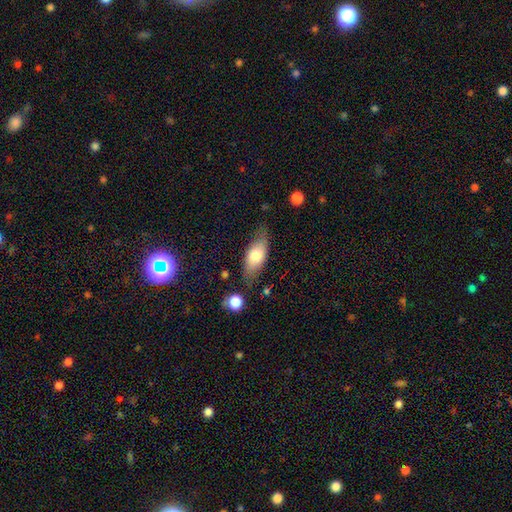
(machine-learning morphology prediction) This is likely a smooth galaxy (70%). How rounded: clearly in between (81%). Merging: likely none (67%).